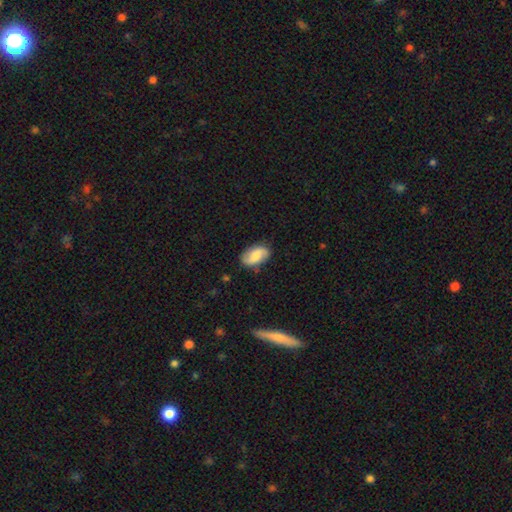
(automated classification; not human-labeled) Smooth or featured? Predicted: smooth (p=0.54). How rounded? Predicted: in between (p=0.92). Merging? Predicted: none (p=0.80).